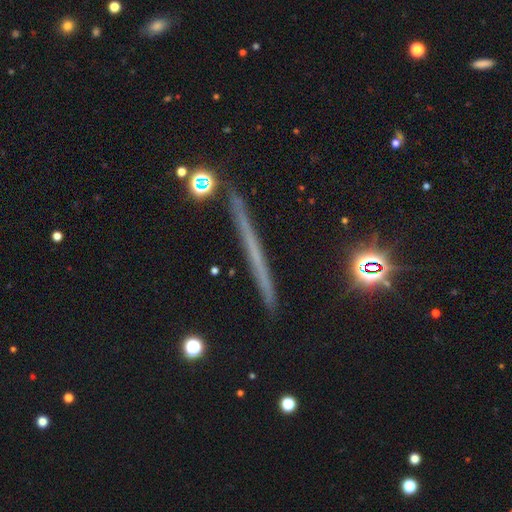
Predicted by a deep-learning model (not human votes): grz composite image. It shows a featured or disk galaxy (51%) viewed edge-on (96%). Merging: none (90%).